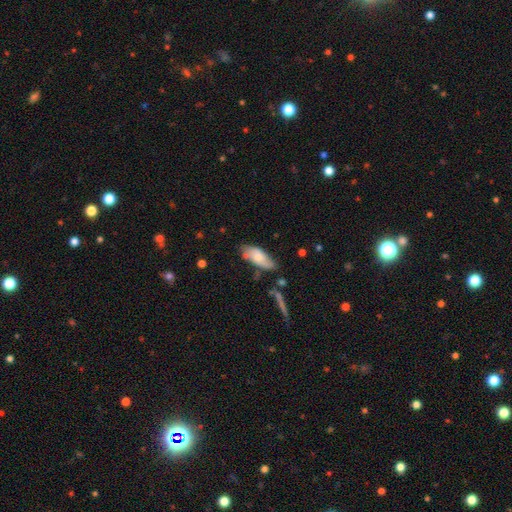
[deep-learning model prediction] A smooth galaxy with no disk features (56%) that is in between round and cigar-shaped (79%). Merging: none (62%).